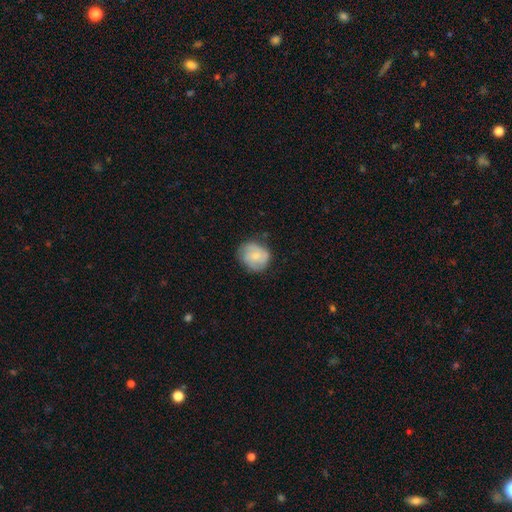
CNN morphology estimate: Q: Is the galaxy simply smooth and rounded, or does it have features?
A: smooth — 54%.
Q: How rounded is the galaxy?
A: round — 77%.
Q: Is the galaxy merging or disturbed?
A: none — 70%.